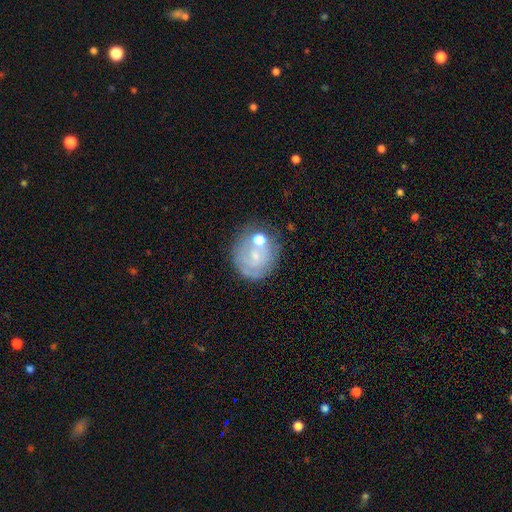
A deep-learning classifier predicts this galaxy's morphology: Smooth or featured?
  - featured or disk: 48% *
  - smooth: 41%
  - star or artifact: 11%
Merging?
  - none: 57% *
  - minor disturbance: 19%
  - merger: 14%
  - major disturbance: 10%